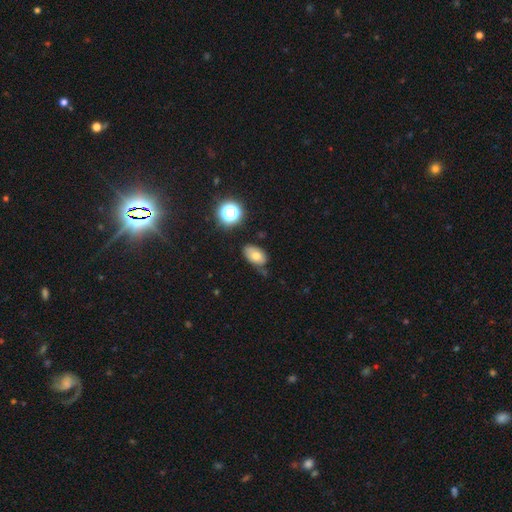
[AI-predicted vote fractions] A smooth galaxy with no disk features (72%) that is in between round and cigar-shaped (88%).

Vote fractions:
- Smooth or featured? smooth: 72% / featured or disk: 16% / star or artifact: 12%
- How rounded? in between: 88% / round: 10% / cigar-shaped: 1%
- Merging? none: 62% / minor disturbance: 28% / major disturbance: 6% / merger: 4%